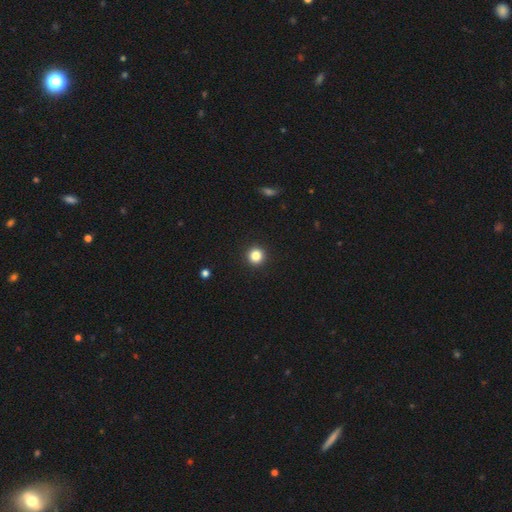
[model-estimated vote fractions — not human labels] A smooth galaxy with no disk features (85%) that is round (95%).

Vote fractions:
- Smooth or featured? smooth: 85% / star or artifact: 11% / featured or disk: 4%
- How rounded? round: 95% / in between: 4% / cigar-shaped: 1%
- Merging? none: 94% / minor disturbance: 4% / major disturbance: 1% / merger: 1%